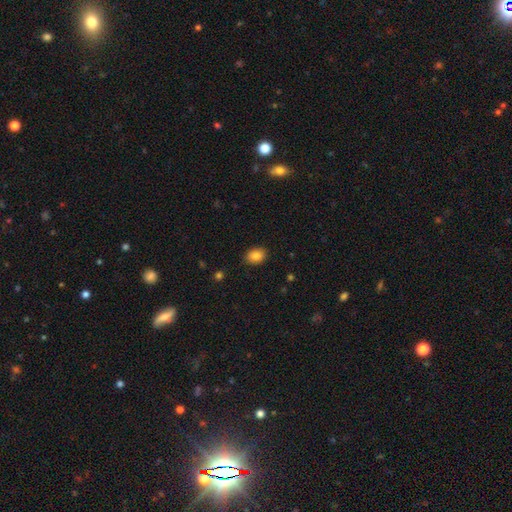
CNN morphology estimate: The model was most divided on "how rounded": in between: 68%, round: 31%, cigar-shaped: 1%. More confident: merging — none (88%); smooth or featured — smooth (85%).